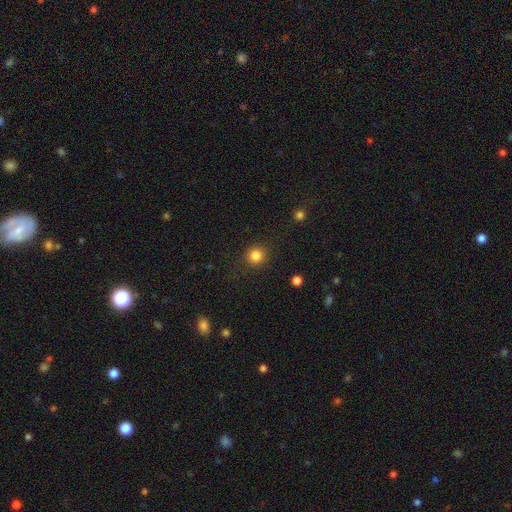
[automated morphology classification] Smooth or featured?
  - smooth: 84% *
  - star or artifact: 11%
  - featured or disk: 4%
How rounded?
  - round: 92% *
  - in between: 7%
  - cigar-shaped: 1%
Merging?
  - none: 89% *
  - minor disturbance: 7%
  - major disturbance: 3%
  - merger: 1%